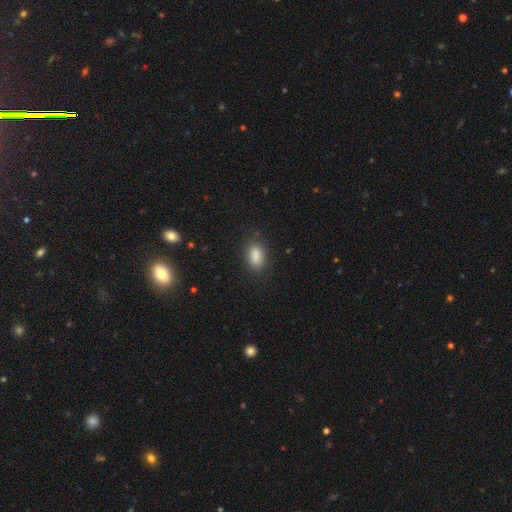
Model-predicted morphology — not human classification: Q: Smooth or featured?
A: smooth (87%); runner-up: star or artifact (9%)
Q: How rounded?
A: in between (88%); runner-up: round (8%)
Q: Merging?
A: none (82%); runner-up: minor disturbance (13%)